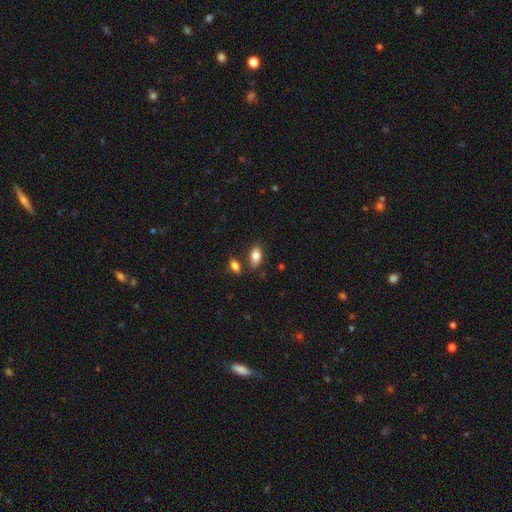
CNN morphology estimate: A smooth galaxy with no disk features (82%) that is in between round and cigar-shaped (89%). Merging: none (72%).